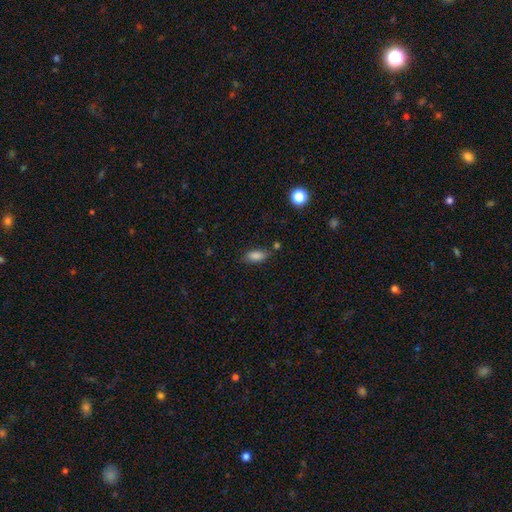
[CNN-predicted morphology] Smooth or featured: smooth — 84% (star or artifact — 9%)
How rounded: in between — 86% (cigar-shaped — 11%)
Merging: none — 74% (minor disturbance — 17%)